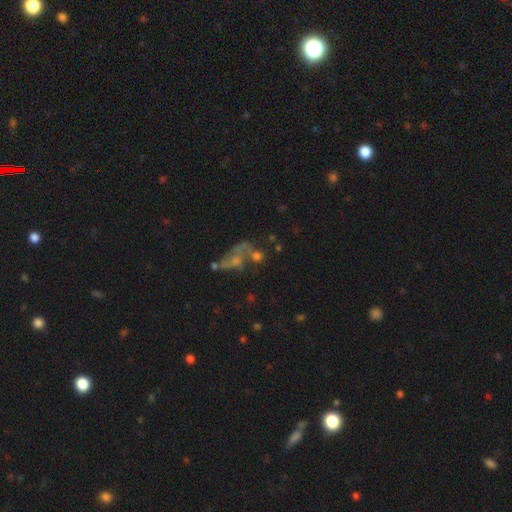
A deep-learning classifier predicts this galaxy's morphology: Smooth or featured?
  - featured or disk: 47% *
  - smooth: 30%
  - star or artifact: 23%
Merging?
  - none: 30% *
  - merger: 29%
  - major disturbance: 26%
  - minor disturbance: 15%